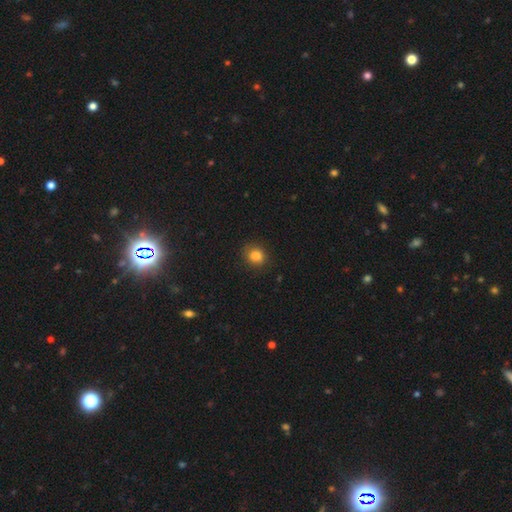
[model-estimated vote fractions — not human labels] smooth 85%, star or artifact 11%, featured or disk 4%. Down the decision tree: how rounded — round (67%); merging — none (82%).